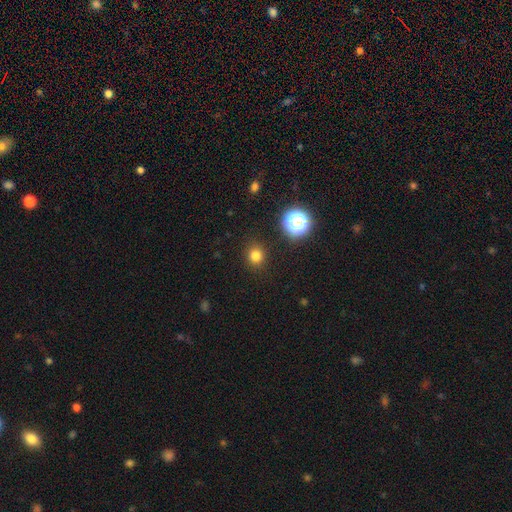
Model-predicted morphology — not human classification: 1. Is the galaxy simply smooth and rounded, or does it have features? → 79% smooth, 16% star or artifact, 5% featured or disk.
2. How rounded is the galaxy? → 90% round, 9% in between, 1% cigar-shaped.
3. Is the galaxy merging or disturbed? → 90% none, 6% minor disturbance, 2% major disturbance, 1% merger.